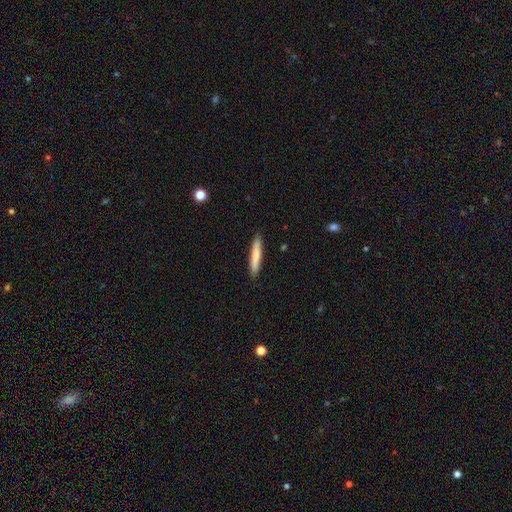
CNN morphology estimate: This appears to be a smooth galaxy with no disk features (76%) that is cigar-shaped (92%). Merging: none (90%).